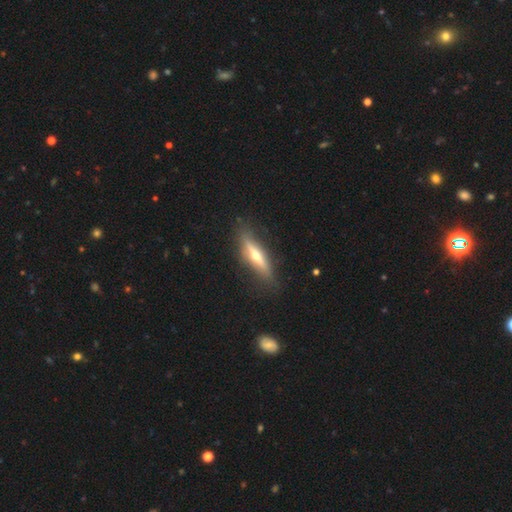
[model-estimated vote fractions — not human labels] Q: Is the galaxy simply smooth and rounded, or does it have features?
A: featured or disk — 62%.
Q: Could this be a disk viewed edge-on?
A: yes — 89%.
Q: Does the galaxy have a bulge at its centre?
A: rounded — 89%.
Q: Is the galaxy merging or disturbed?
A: none — 82%.